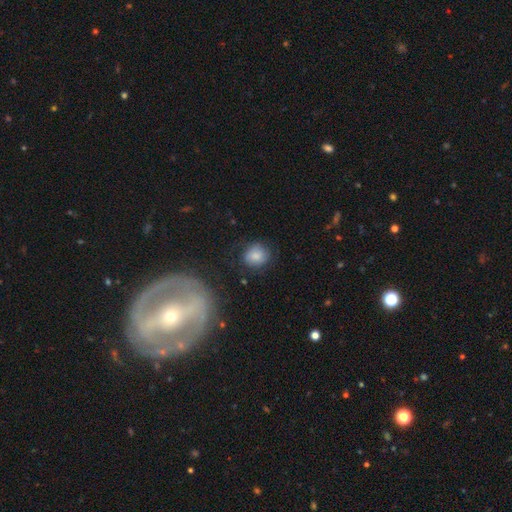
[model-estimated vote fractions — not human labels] A smooth galaxy with no disk features (79%) that is round (76%).

Vote fractions:
- Smooth or featured? smooth: 79% / featured or disk: 12% / star or artifact: 9%
- How rounded? round: 76% / in between: 23% / cigar-shaped: 1%
- Merging? none: 75% / minor disturbance: 17% / major disturbance: 6% / merger: 3%